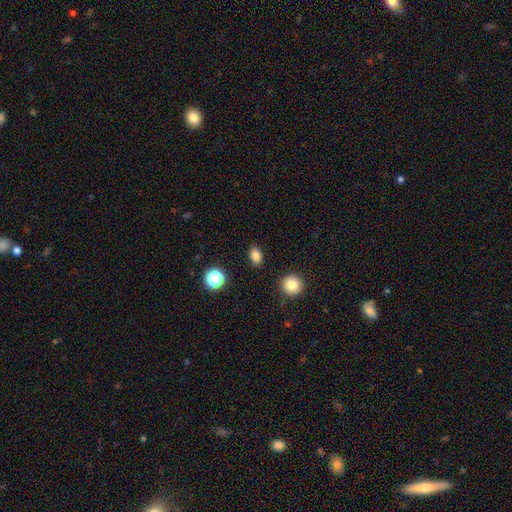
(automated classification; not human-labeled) Smooth or featured? smooth (83%)
How rounded? in between (74%)
Merging? none (88%)